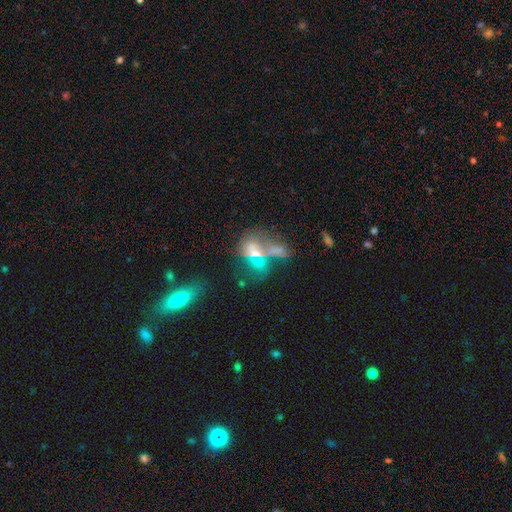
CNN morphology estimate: smooth 48%, featured or disk 27%, star or artifact 25%. Down the decision tree: merging — merger (40%).